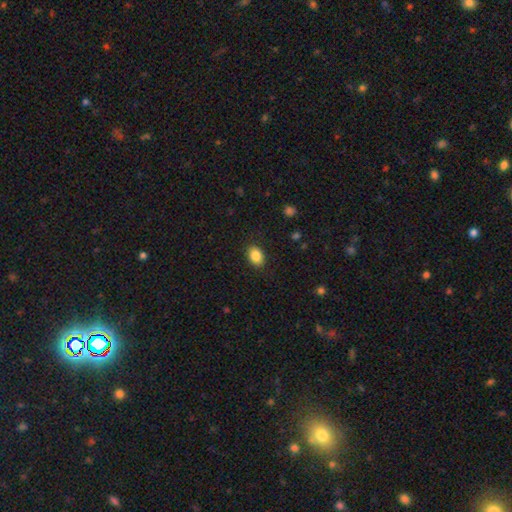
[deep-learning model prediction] Smooth or featured: smooth — 87% (star or artifact — 9%)
How rounded: in between — 76% (round — 23%)
Merging: none — 87% (minor disturbance — 10%)